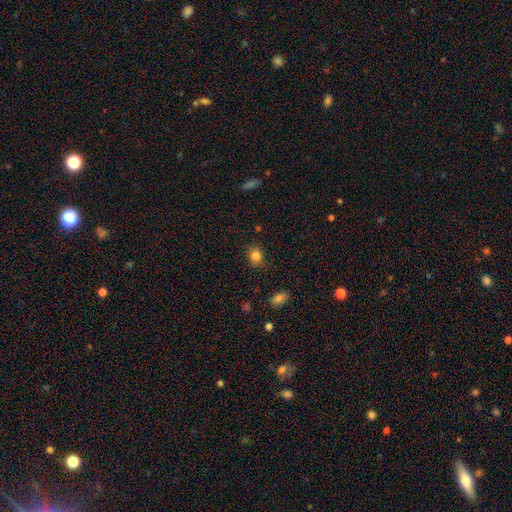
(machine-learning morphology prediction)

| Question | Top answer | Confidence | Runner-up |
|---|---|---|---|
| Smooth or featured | smooth | 83% | star or artifact (11%) |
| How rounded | round | 63% | in between (35%) |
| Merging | none | 82% | minor disturbance (13%) |